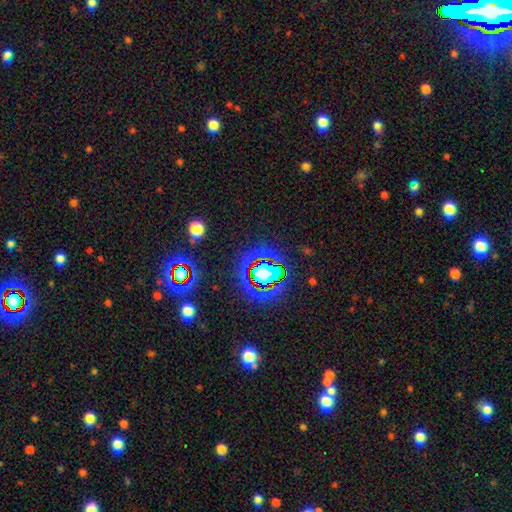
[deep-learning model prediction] star or artifact 82%, smooth 11%, featured or disk 8%.